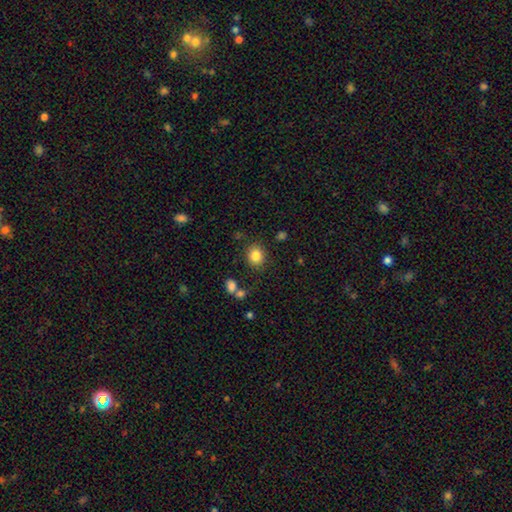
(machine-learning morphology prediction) Smooth or featured? smooth (84%)
How rounded? round (73%)
Merging? none (84%)